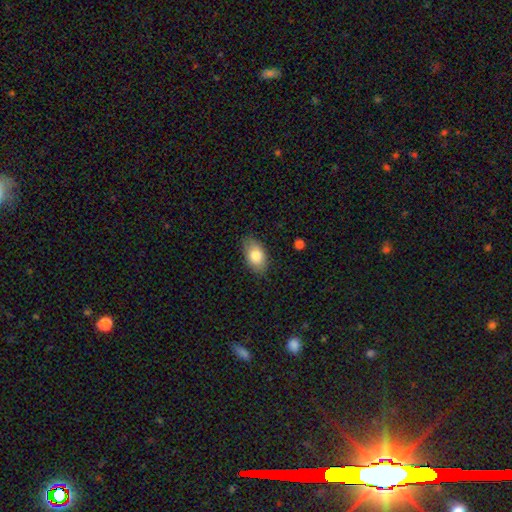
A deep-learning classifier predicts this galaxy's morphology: Smooth or featured? smooth (83%)
How rounded? in between (91%)
Merging? none (82%)